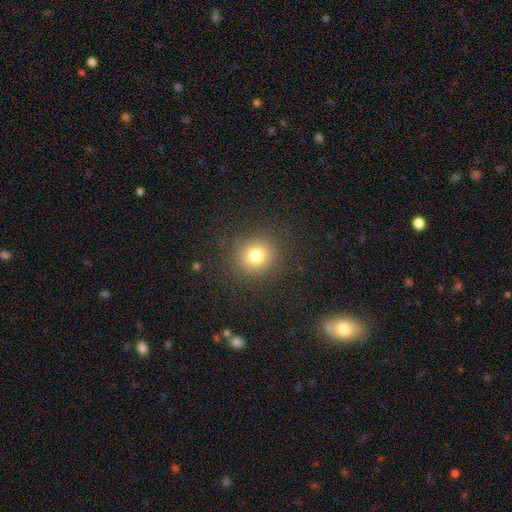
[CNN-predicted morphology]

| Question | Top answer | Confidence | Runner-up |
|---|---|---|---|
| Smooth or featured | smooth | 77% | star or artifact (14%) |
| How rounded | round | 85% | in between (14%) |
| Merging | none | 88% | minor disturbance (7%) |